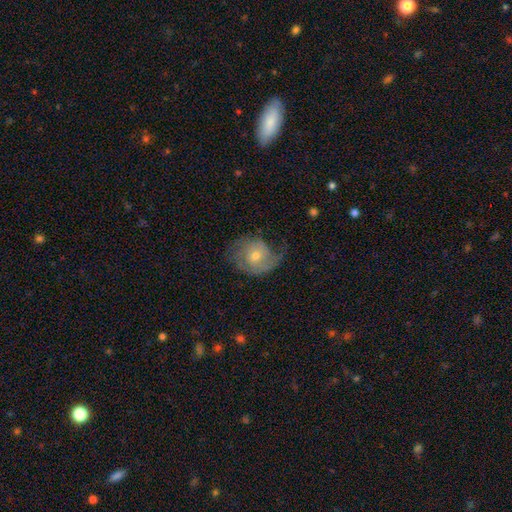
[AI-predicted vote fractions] smooth-or-featured: featured or disk: 68% | smooth: 24% | star or artifact: 7%
  disk-edge-on: no: 97% | yes: 3%
    bar: no: 74% | weak: 22% | strong: 4%
    has-spiral-arms: yes: 88% | no: 12%
      spiral-winding: medium: 39% | tight: 31% | loose: 30%
      spiral-arm-count: 2: 54% | 1: 20% | can't tell: 16% | 3: 6% | 4: 2% | more than 4: 2%
    bulge-size: moderate: 50% | small: 45% | large: 2% | none: 1% | dominant: 1%
  merging: none: 52% | minor disturbance: 26% | major disturbance: 20% | merger: 2%